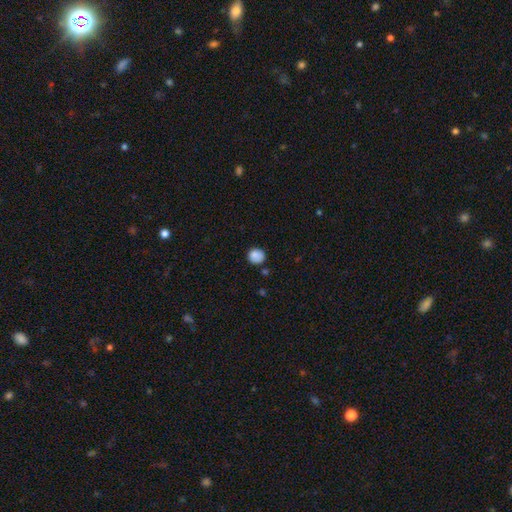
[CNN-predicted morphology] Smooth or featured: smooth — 87% (star or artifact — 9%)
How rounded: round — 86% (in between — 13%)
Merging: none — 79% (minor disturbance — 15%)